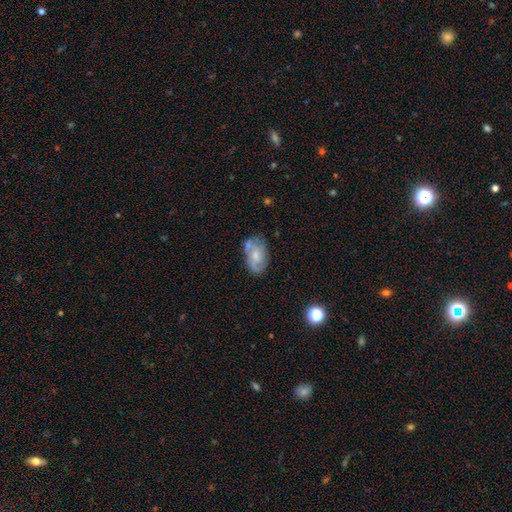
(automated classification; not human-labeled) smooth-or-featured: featured or disk: 54% | smooth: 38% | star or artifact: 7%
  disk-edge-on: no: 96% | yes: 4%
    bar: no: 70% | weak: 26% | strong: 4%
    has-spiral-arms: yes: 70% | no: 30%
    bulge-size: small: 46% | moderate: 38% | none: 10% | large: 4% | dominant: 1%
  merging: none: 53% | minor disturbance: 26% | merger: 11% | major disturbance: 10%